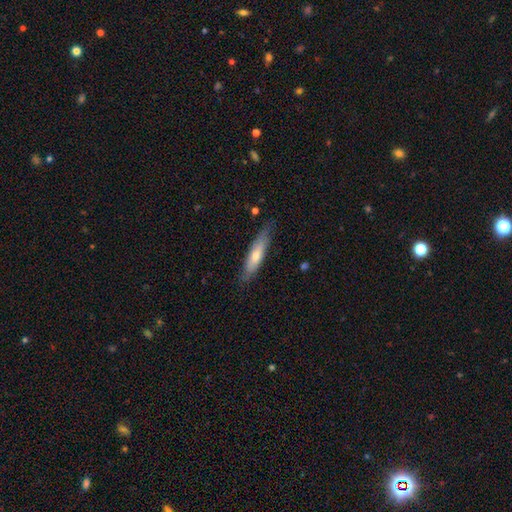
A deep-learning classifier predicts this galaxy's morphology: Smooth or featured: smooth — 56% (featured or disk — 38%)
How rounded: cigar-shaped — 81% (in between — 18%)
Merging: none — 79% (minor disturbance — 17%)